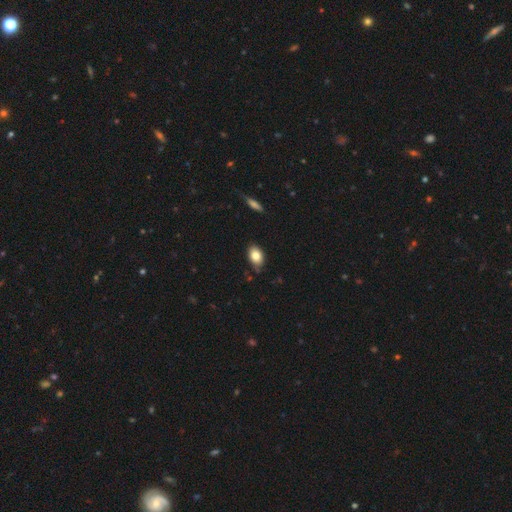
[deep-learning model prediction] This appears to be a smooth galaxy with no disk features (81%) that is in between round and cigar-shaped (85%). Merging: none (80%).